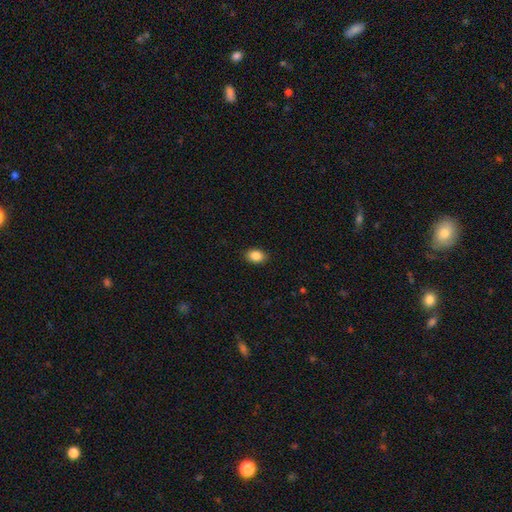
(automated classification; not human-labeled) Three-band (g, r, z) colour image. It shows a smooth galaxy with no disk features (87%) that is in between round and cigar-shaped (73%). Merging: none (88%).